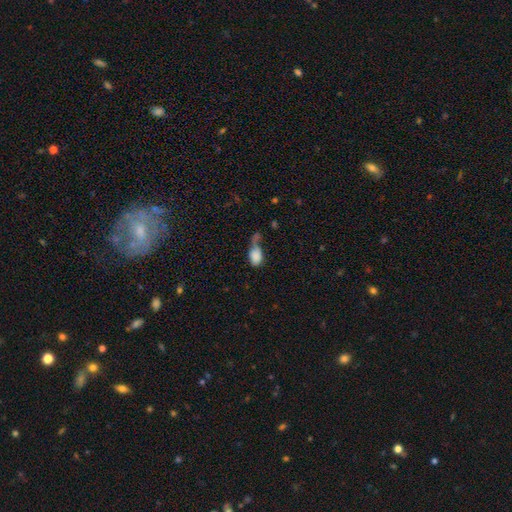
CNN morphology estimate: smooth 80%, featured or disk 11%, star or artifact 9%. Down the decision tree: how rounded — in between (82%); merging — major disturbance (29%).